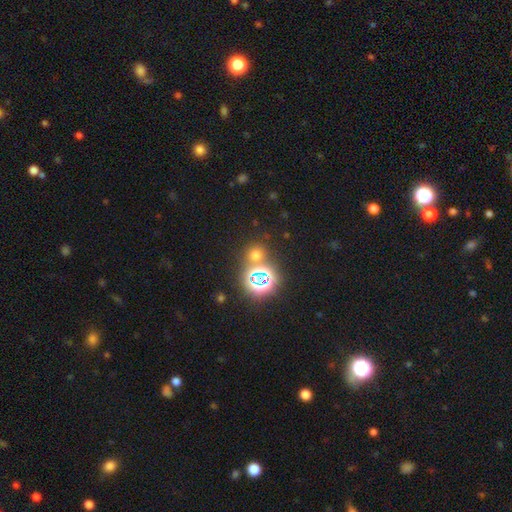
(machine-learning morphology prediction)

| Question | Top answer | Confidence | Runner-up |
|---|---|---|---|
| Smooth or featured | smooth | 50% | star or artifact (43%) |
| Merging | none | 74% | merger (14%) |